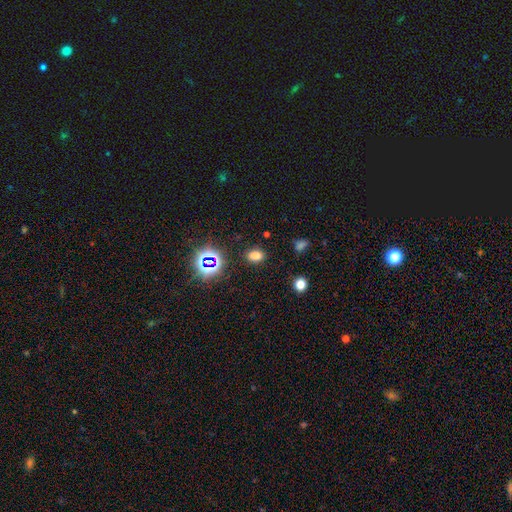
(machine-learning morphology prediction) A smooth galaxy with no disk features (70%) that is in between round and cigar-shaped (75%).

Vote fractions:
- Smooth or featured? smooth: 70% / star or artifact: 23% / featured or disk: 7%
- How rounded? in between: 75% / round: 24% / cigar-shaped: 2%
- Merging? none: 84% / minor disturbance: 10% / major disturbance: 3% / merger: 3%